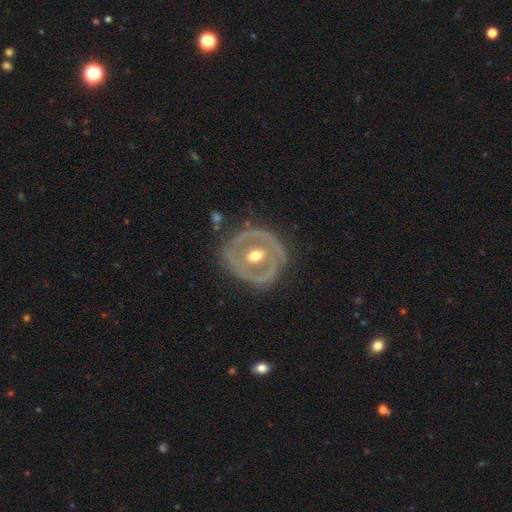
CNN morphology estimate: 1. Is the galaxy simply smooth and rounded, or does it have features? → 77% featured or disk, 18% smooth, 5% star or artifact.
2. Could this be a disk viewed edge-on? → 95% no, 5% yes.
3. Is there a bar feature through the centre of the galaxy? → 51% no, 30% weak, 19% strong.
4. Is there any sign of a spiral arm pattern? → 58% no, 42% yes.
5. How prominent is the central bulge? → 77% moderate, 17% small, 4% large, 1% dominant, 1% none.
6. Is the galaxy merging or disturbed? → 74% none, 17% minor disturbance, 7% major disturbance, 2% merger.